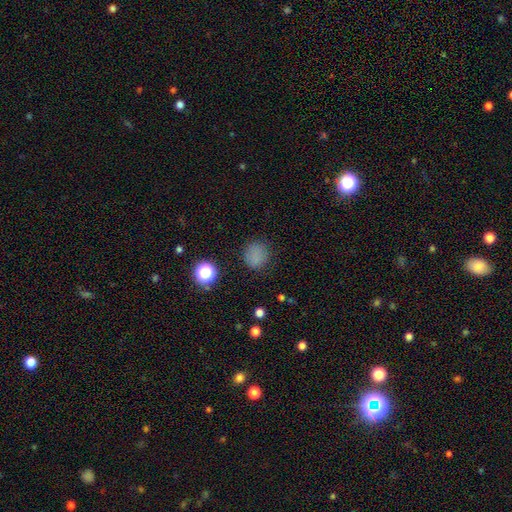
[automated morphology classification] A smooth galaxy with no disk features (77%) that is round (89%). Merging: none (83%).